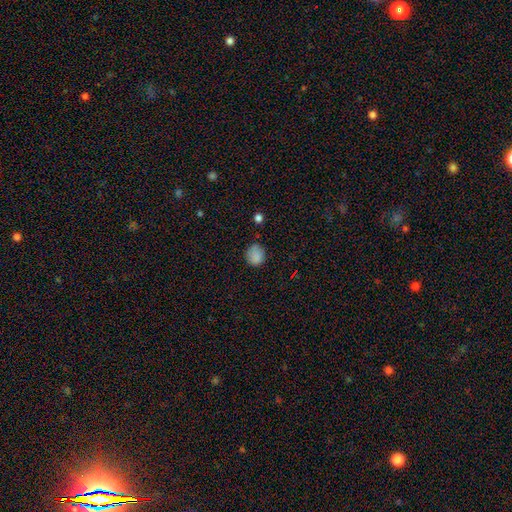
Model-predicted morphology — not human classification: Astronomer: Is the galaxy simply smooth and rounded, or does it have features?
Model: smooth — 84%.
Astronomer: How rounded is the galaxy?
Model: round — 77%.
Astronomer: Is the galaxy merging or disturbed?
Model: none — 70%.